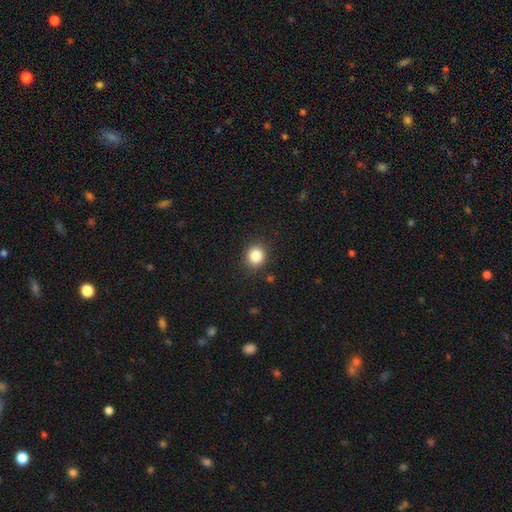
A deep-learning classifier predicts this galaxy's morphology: This appears to be a smooth galaxy with no disk features (84%) that is round (80%). Merging: none (88%).